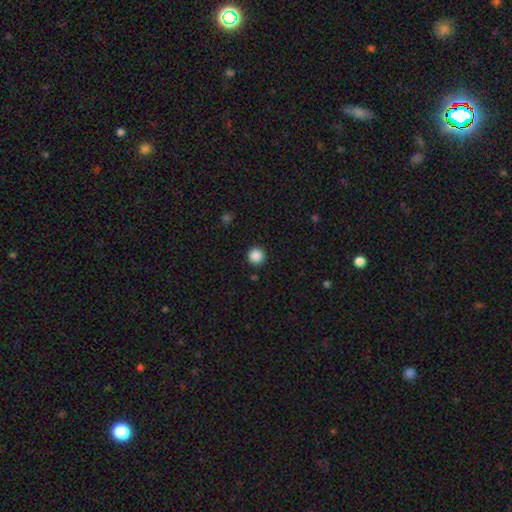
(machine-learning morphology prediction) Smooth or featured?
  - smooth: 87% *
  - star or artifact: 10%
  - featured or disk: 3%
How rounded?
  - round: 95% *
  - in between: 4%
  - cigar-shaped: 1%
Merging?
  - none: 91% *
  - minor disturbance: 6%
  - major disturbance: 2%
  - merger: 1%